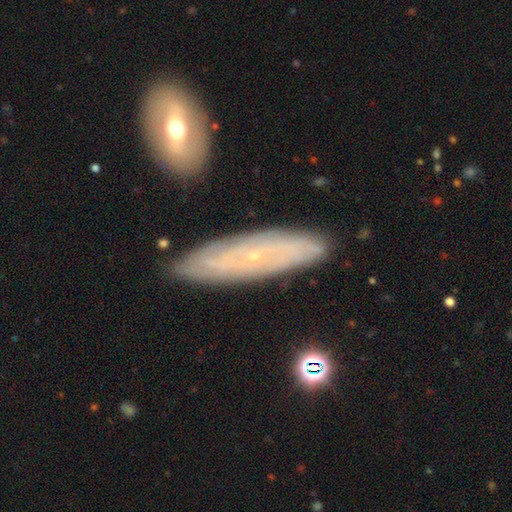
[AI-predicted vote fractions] Smooth or featured: featured or disk — 65% (smooth — 26%)
Edge-on disk: no — 68% (yes — 32%)
Merging: none — 83% (minor disturbance — 12%)